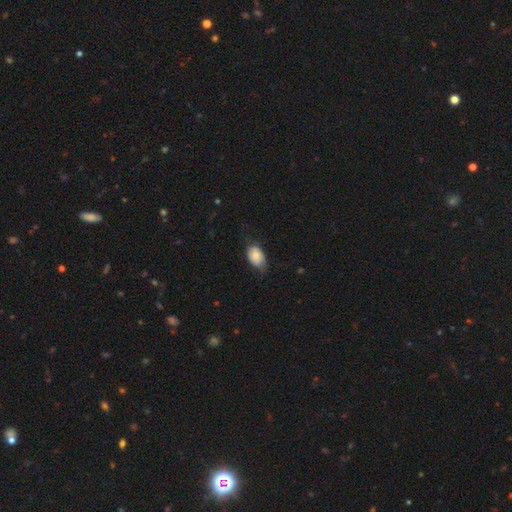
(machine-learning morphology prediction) A smooth galaxy with no disk features (75%) that is in between round and cigar-shaped (86%).

Vote fractions:
- Smooth or featured? smooth: 75% / featured or disk: 18% / star or artifact: 7%
- How rounded? in between: 86% / round: 12% / cigar-shaped: 1%
- Merging? none: 53% / minor disturbance: 35% / major disturbance: 10% / merger: 1%